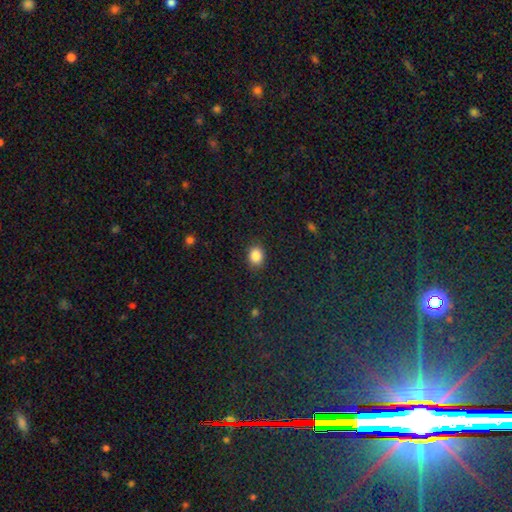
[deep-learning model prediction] Smooth or featured? smooth (86%)
How rounded? round (50%)
Merging? none (86%)